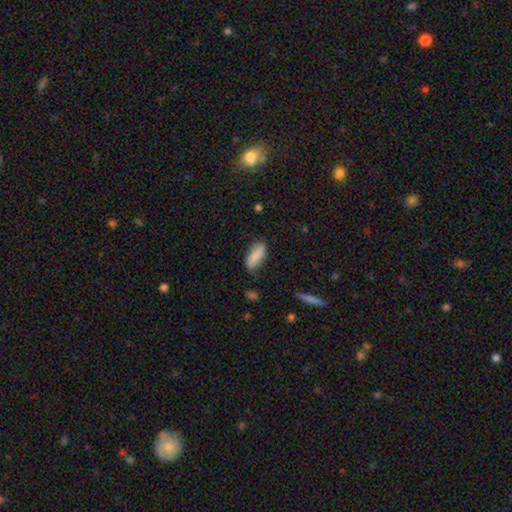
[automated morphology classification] Smooth or featured: smooth — 82% (featured or disk — 12%)
How rounded: in between — 73% (cigar-shaped — 25%)
Merging: none — 69% (minor disturbance — 23%)